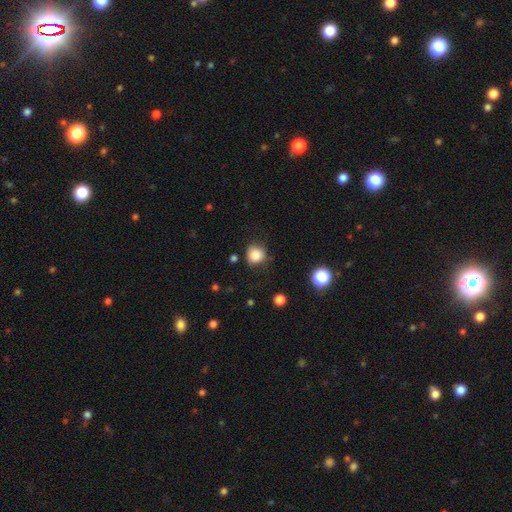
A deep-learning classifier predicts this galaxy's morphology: Smooth or featured? smooth (84%)
How rounded? round (86%)
Merging? none (72%)